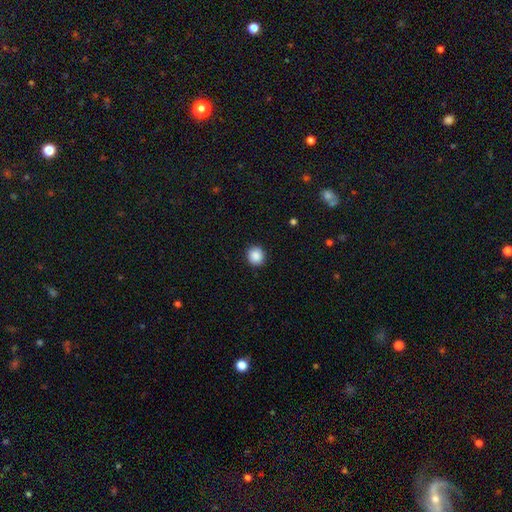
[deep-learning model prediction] Morphology: type=smooth (88%); roundness=round (90%); merging=none (91%).